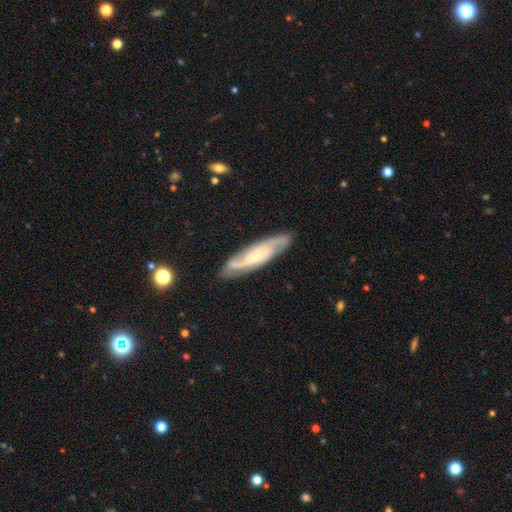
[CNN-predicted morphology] This appears to be a featured or disk galaxy (78%) with no bar (52%), 2 (71%) medium (45%) spiral arms (96%) and a small central bulge (63%). Merging: none (82%).